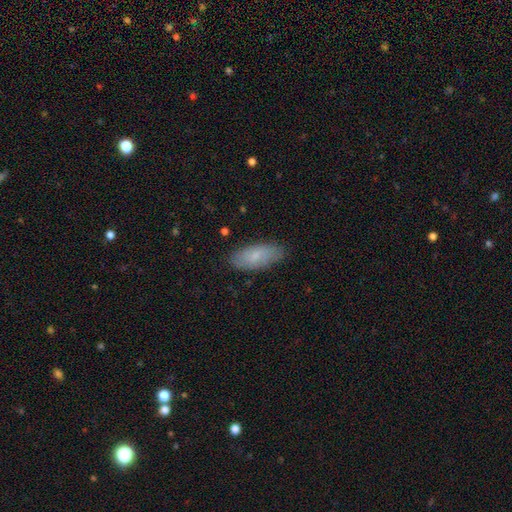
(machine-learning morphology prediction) The model was most divided on "smooth or featured": smooth: 72%, featured or disk: 21%, star or artifact: 7%. More confident: merging — none (82%); how rounded — in between (82%).